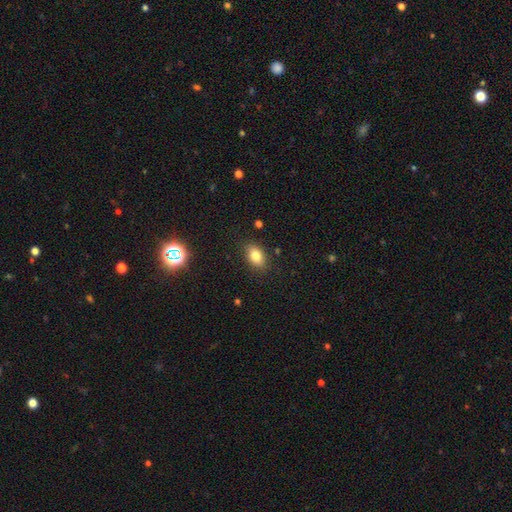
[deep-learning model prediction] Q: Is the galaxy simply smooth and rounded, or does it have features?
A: smooth — 81%.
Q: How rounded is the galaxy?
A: in between — 84%.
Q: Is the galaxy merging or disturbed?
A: none — 85%.